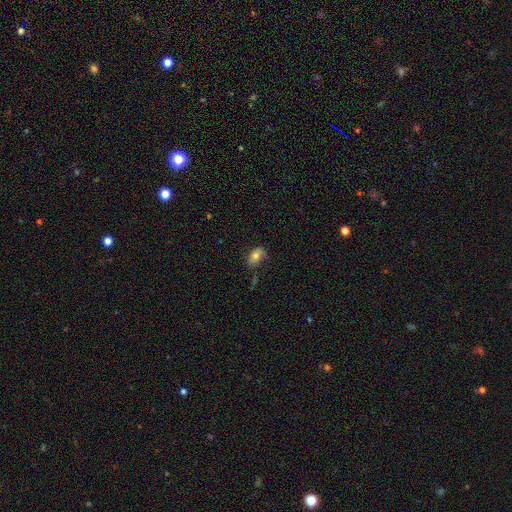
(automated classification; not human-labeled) Overall: smooth (71%). How rounded: in between (88%). Merging: none (57%; minor disturbance 29%).